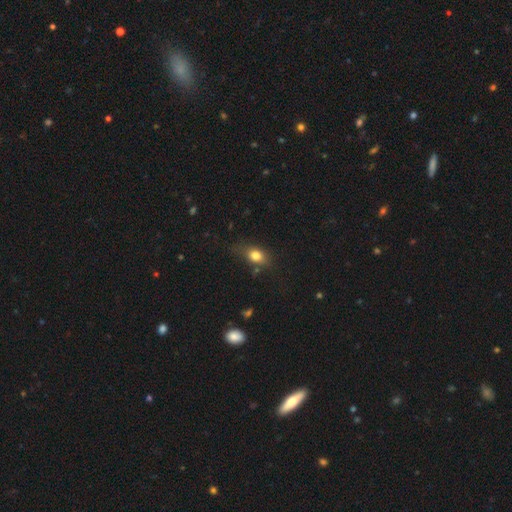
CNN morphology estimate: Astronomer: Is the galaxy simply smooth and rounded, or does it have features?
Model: smooth — 79%.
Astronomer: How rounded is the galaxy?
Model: in between — 70%.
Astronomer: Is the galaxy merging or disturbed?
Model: none — 67%.